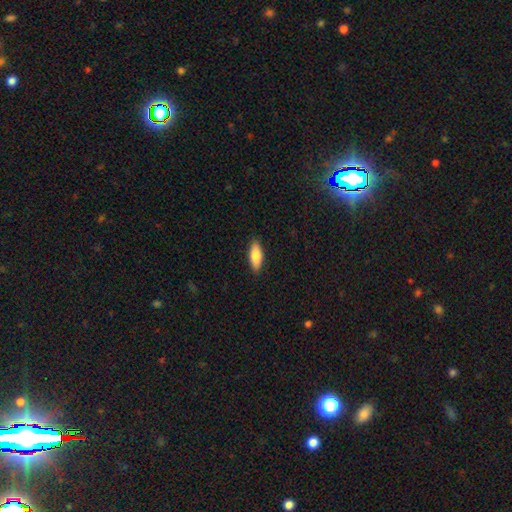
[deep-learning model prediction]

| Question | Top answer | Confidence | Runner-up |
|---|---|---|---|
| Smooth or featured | smooth | 83% | featured or disk (11%) |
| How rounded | in between | 69% | cigar-shaped (29%) |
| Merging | none | 90% | minor disturbance (8%) |